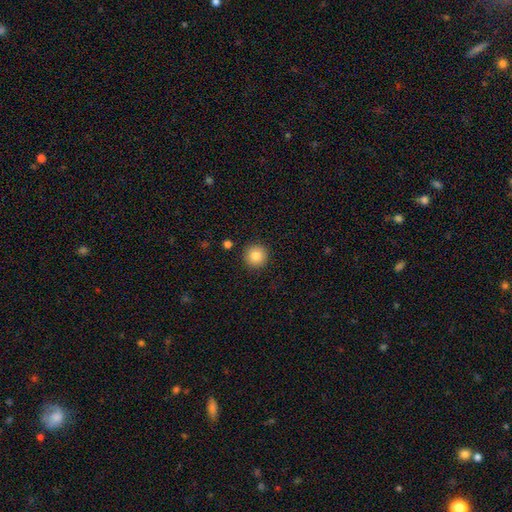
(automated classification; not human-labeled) The model was most divided on "smooth or featured": smooth: 85%, star or artifact: 10%, featured or disk: 6%. More confident: how rounded — round (95%); merging — none (92%).